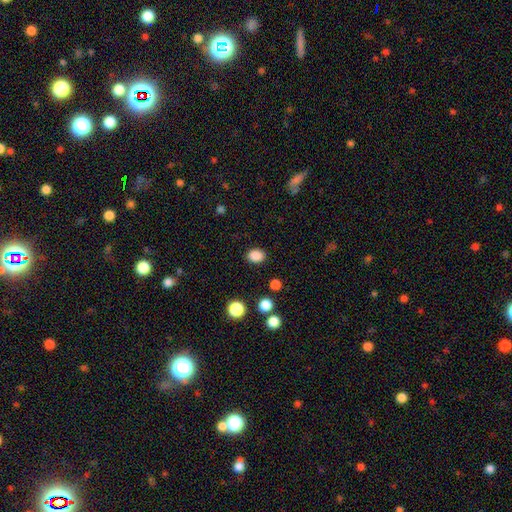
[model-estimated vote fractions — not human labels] Smooth or featured? smooth (87%)
How rounded? in between (59%)
Merging? none (88%)